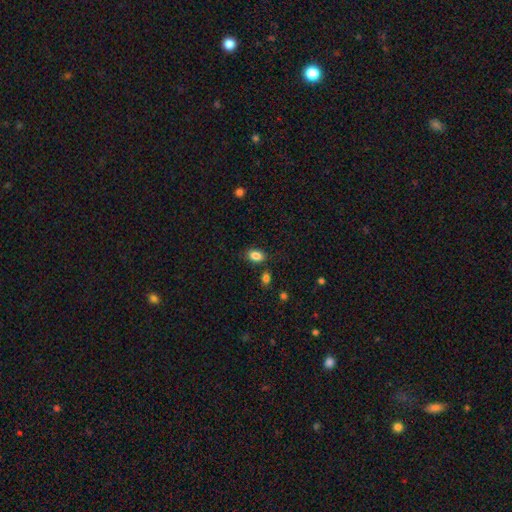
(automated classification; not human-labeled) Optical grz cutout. It shows a smooth galaxy with no disk features (85%) that is in between round and cigar-shaped (87%). Merging: none (78%).